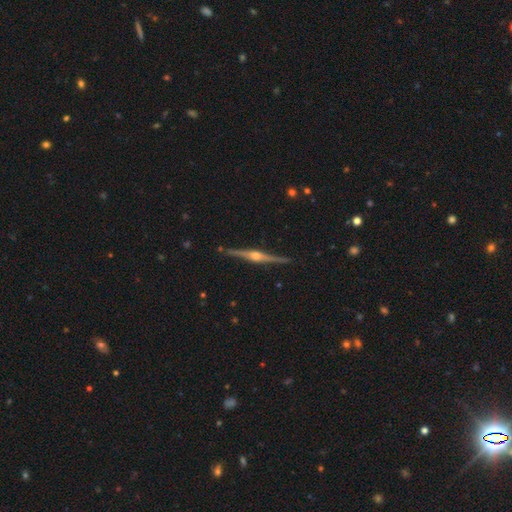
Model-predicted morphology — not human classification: This appears to be a featured or disk galaxy (87%) viewed edge-on (98%) with a rounded central bulge (92%). Merging: none (90%).